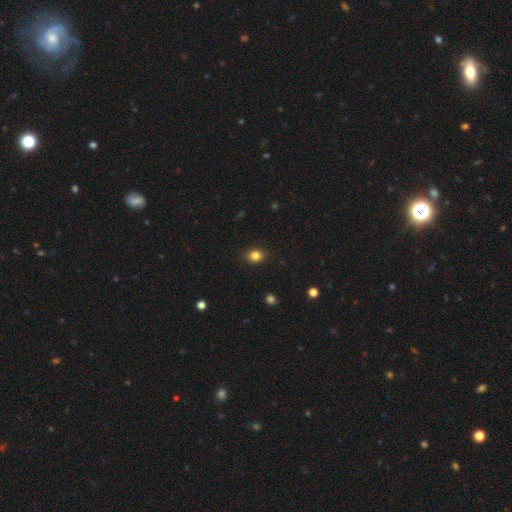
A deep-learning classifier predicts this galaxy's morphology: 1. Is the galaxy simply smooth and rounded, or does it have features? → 83% smooth, 12% star or artifact, 5% featured or disk.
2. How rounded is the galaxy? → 63% round, 36% in between, 1% cigar-shaped.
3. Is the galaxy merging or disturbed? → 88% none, 8% minor disturbance, 2% major disturbance, 1% merger.